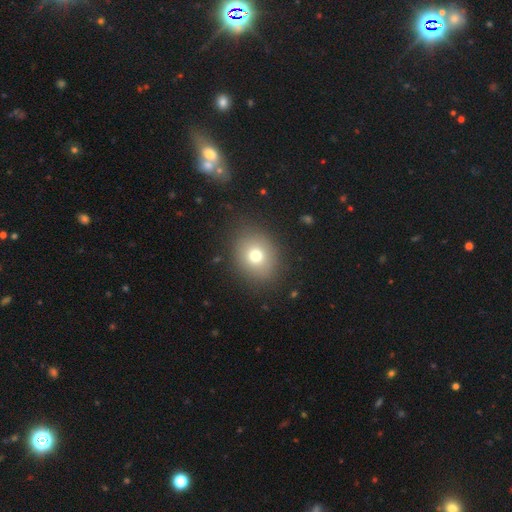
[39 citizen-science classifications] Morphology: type=smooth (82%); roundness=in between (53%); merging=none (80%).